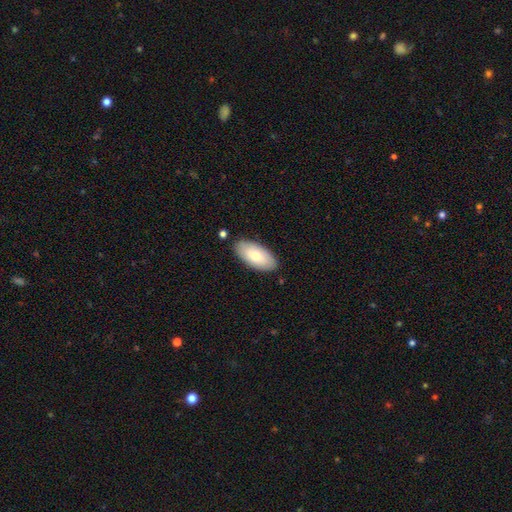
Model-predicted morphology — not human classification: This appears to be a smooth galaxy with no disk features (74%) that is in between round and cigar-shaped (92%). Merging: none (85%).